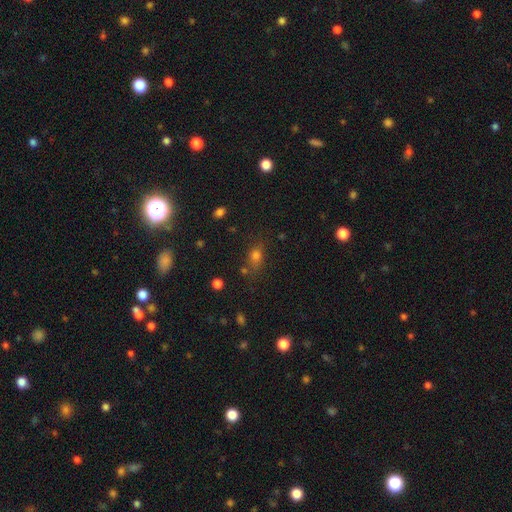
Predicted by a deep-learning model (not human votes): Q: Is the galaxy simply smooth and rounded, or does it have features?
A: smooth — 70%.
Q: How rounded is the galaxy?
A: in between — 58%.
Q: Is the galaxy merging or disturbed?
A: none — 68%.